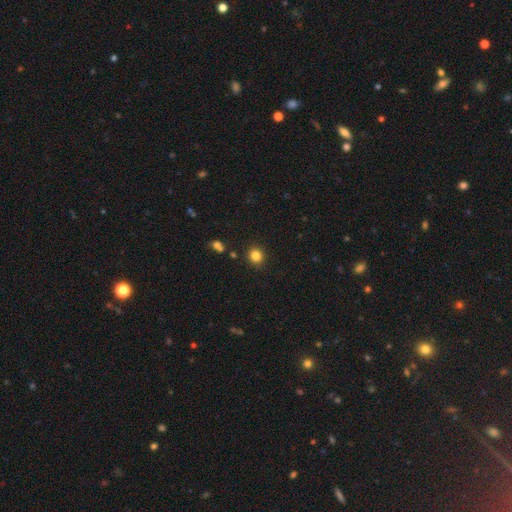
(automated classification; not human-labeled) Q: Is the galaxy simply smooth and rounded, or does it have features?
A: smooth — 83%.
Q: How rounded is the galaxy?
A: round — 86%.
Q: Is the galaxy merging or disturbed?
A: none — 89%.